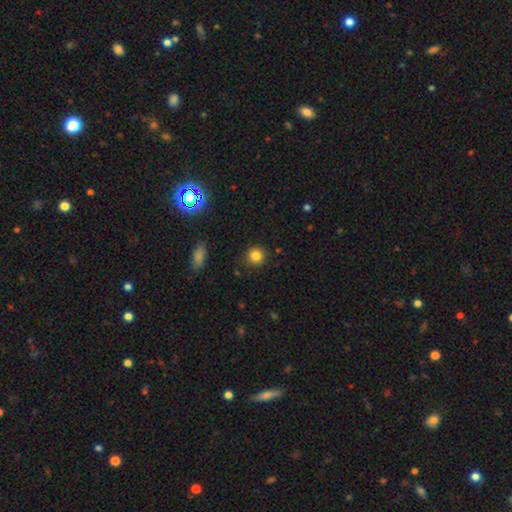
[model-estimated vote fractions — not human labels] Smooth or featured: smooth — 83% (star or artifact — 12%)
How rounded: round — 92% (in between — 7%)
Merging: none — 89% (minor disturbance — 7%)